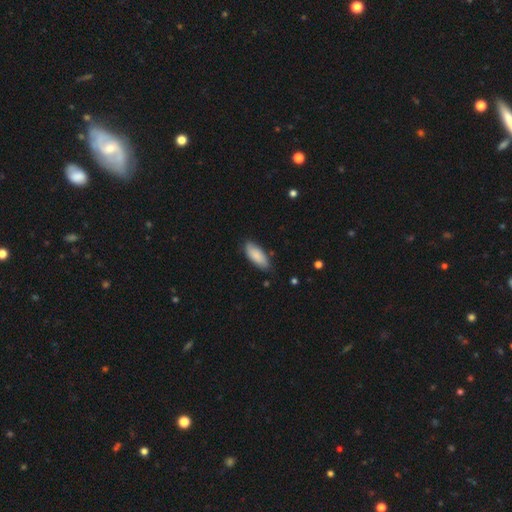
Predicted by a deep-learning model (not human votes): Smooth or featured: smooth — 85% (featured or disk — 9%)
How rounded: in between — 82% (cigar-shaped — 16%)
Merging: none — 77% (minor disturbance — 18%)